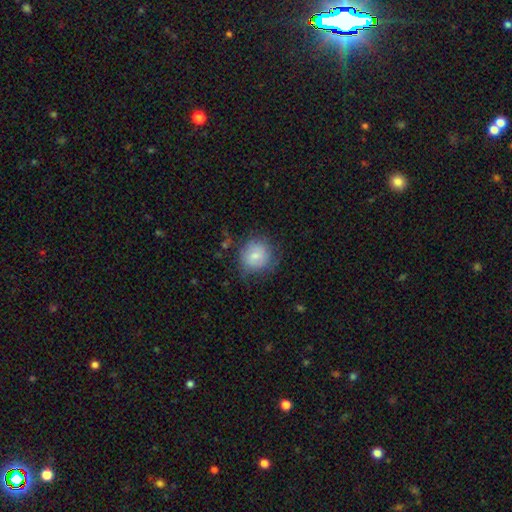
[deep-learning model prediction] This is likely a smooth galaxy (73%). How rounded: clearly round (85%). Merging: likely none (65%).